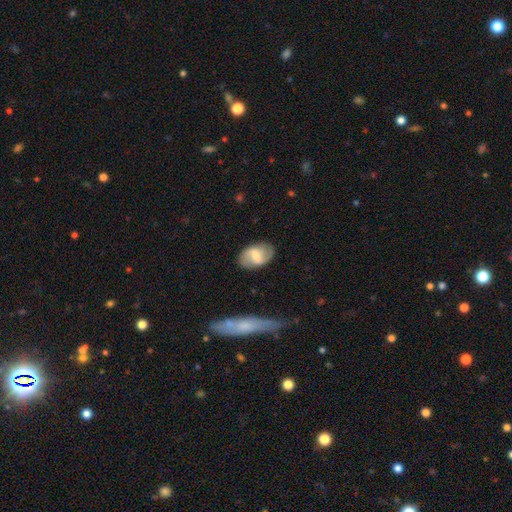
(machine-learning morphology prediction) A featured or disk galaxy (53%) with a weak bar (53%), spiral arms (80%) and a moderate central bulge (40%).

Vote fractions:
- Smooth or featured? featured or disk: 53% / smooth: 40% / star or artifact: 7%
- Edge-on disk? no: 95% / yes: 5%
- Bar? weak: 53% / strong: 29% / no: 18%
- Spiral arms? yes: 80% / no: 20%
- Bulge size? moderate: 40% / small: 39% / none: 14% / large: 6% / dominant: 2%
- Merging? none: 80% / minor disturbance: 14% / major disturbance: 4% / merger: 2%